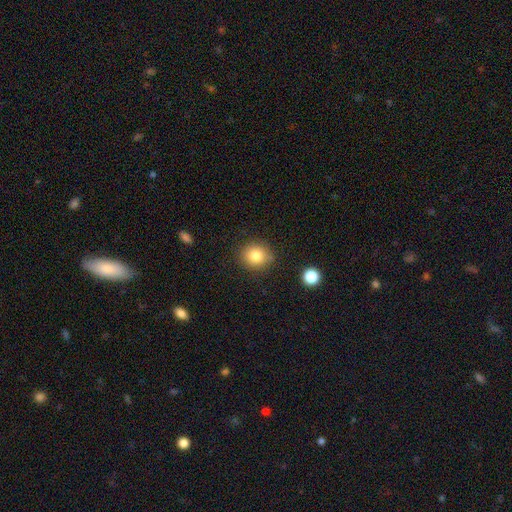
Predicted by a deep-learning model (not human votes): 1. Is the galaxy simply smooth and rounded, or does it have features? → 82% smooth, 11% star or artifact, 7% featured or disk.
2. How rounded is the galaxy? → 81% round, 18% in between, 1% cigar-shaped.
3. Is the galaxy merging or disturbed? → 84% none, 10% minor disturbance, 3% major disturbance, 3% merger.